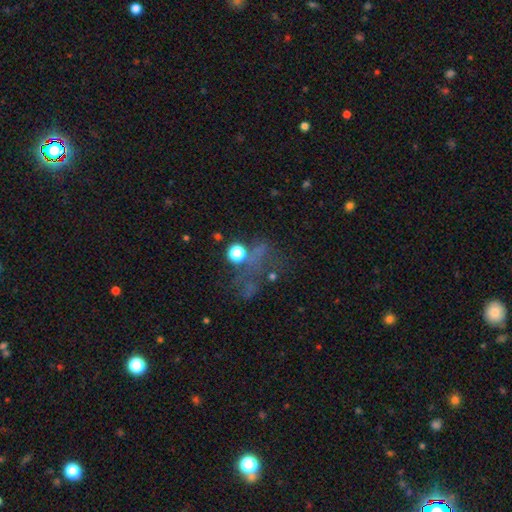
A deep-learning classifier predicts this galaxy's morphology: smooth-or-featured: star or artifact: 44% | smooth: 33% | featured or disk: 23%